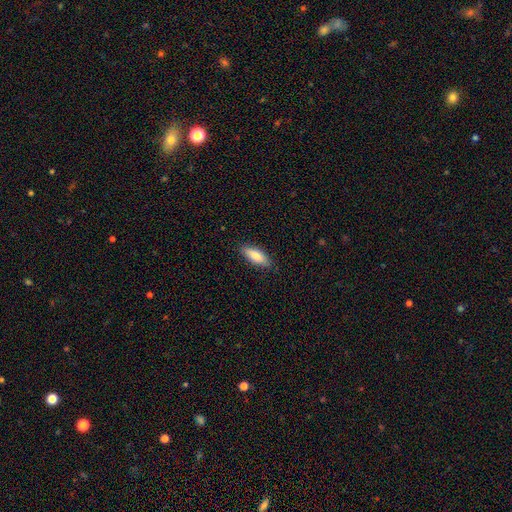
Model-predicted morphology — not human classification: This is likely a smooth galaxy (78%). How rounded: likely in between (63%). Merging: clearly none (86%).